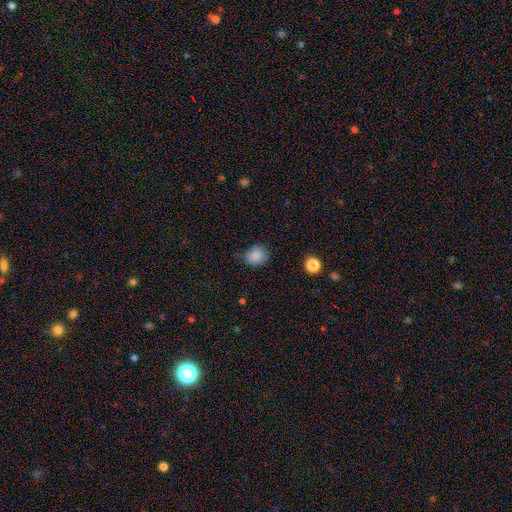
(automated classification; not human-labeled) This appears to be a smooth galaxy with no disk features (85%) that is round (80%). Merging: none (69%).